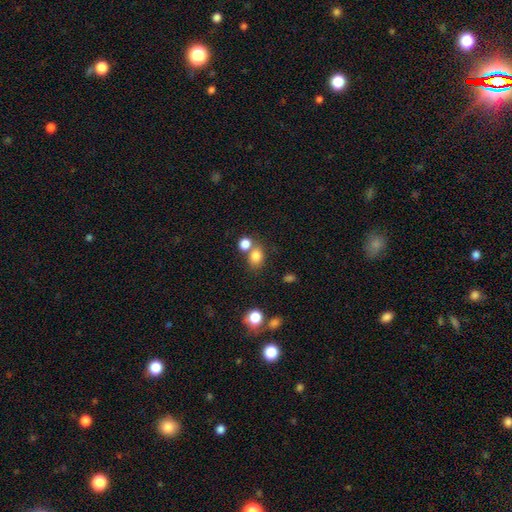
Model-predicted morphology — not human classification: A smooth galaxy with no disk features (81%) that is round (51%). Merging: none (56%).